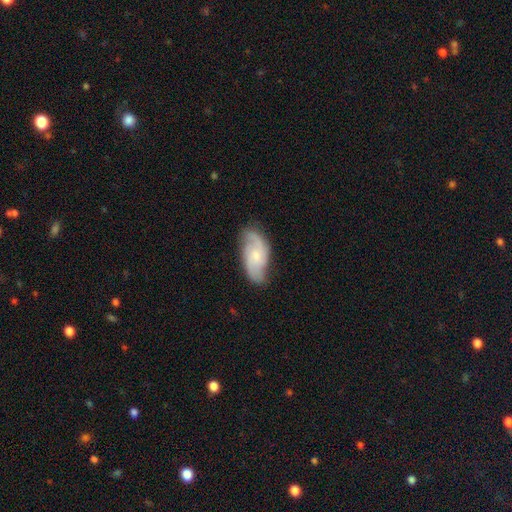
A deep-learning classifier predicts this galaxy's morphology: type=featured or disk (71%); edge-on=no (95%); bar=no (62%); spiral arms=yes (95%); winding=medium (47%); arm count=2 (75%); bulge=small (56%); merging=none (72%).